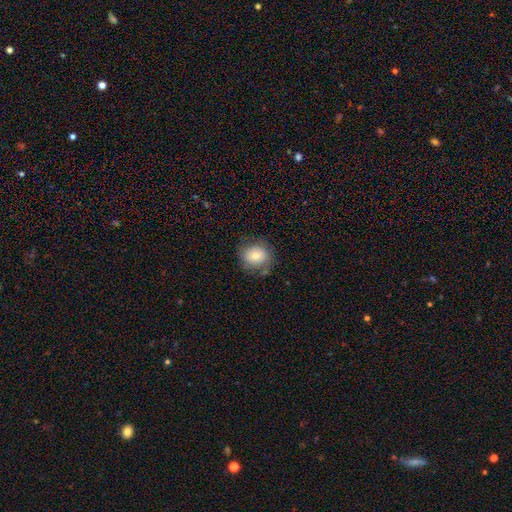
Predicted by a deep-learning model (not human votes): This is likely a smooth galaxy (75%). How rounded: likely round (78%). Merging: likely none (75%).